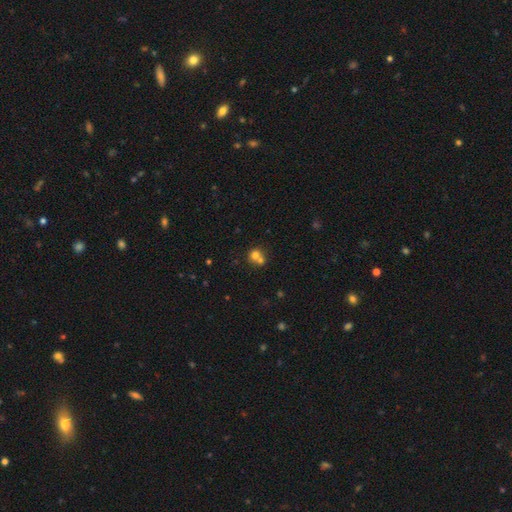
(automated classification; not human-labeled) This appears to be a smooth galaxy with no disk features (71%) that is round (83%). Merging: merger (53%).